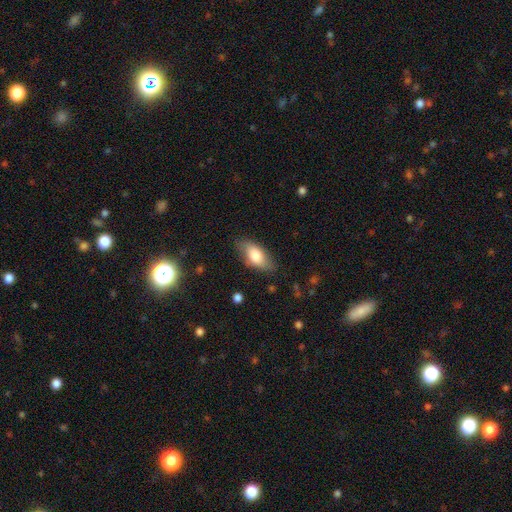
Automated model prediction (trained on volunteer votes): Smooth or featured? smooth (75%)
How rounded? in between (86%)
Merging? none (80%)